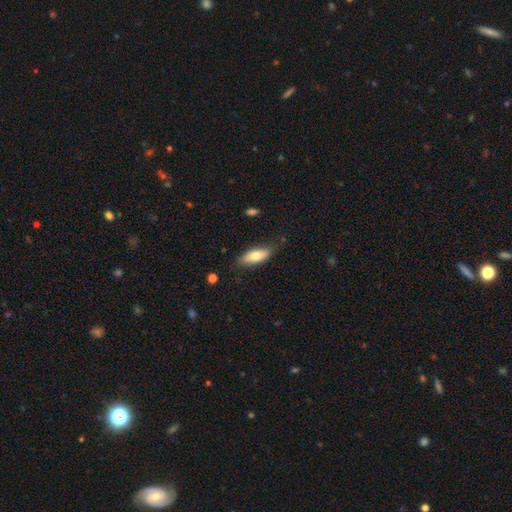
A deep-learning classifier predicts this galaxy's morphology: A smooth galaxy with no disk features (73%) that is in between round and cigar-shaped (75%).

Vote fractions:
- Smooth or featured? smooth: 73% / featured or disk: 20% / star or artifact: 6%
- How rounded? in between: 75% / cigar-shaped: 23% / round: 2%
- Merging? none: 77% / minor disturbance: 18% / major disturbance: 3% / merger: 2%